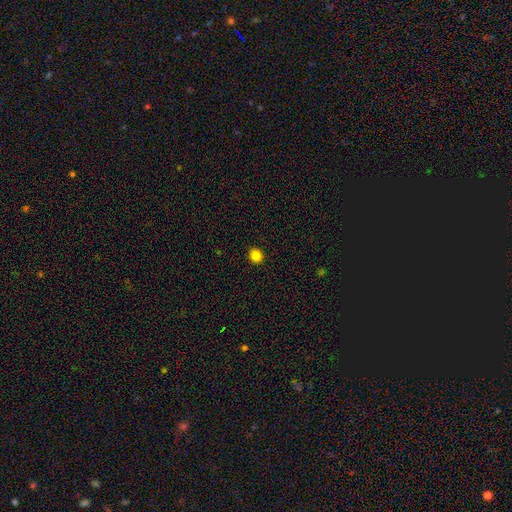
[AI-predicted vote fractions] The model was most divided on "how rounded": round: 83%, in between: 16%, cigar-shaped: 1%. More confident: merging — none (92%); smooth or featured — smooth (85%).